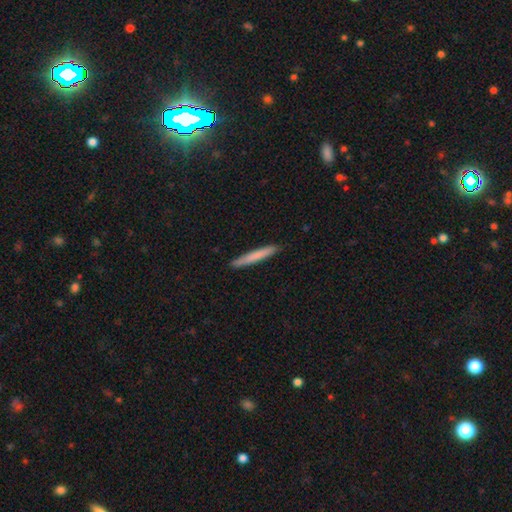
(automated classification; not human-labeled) Q: Smooth or featured?
A: smooth (74%); runner-up: featured or disk (21%)
Q: How rounded?
A: cigar-shaped (96%); runner-up: in between (2%)
Q: Merging?
A: none (91%); runner-up: minor disturbance (7%)